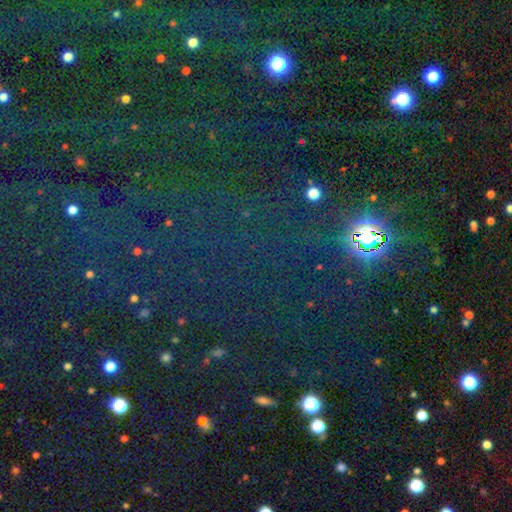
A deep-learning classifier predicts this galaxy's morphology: This is likely a star or artifact rather than a galaxy (76%).